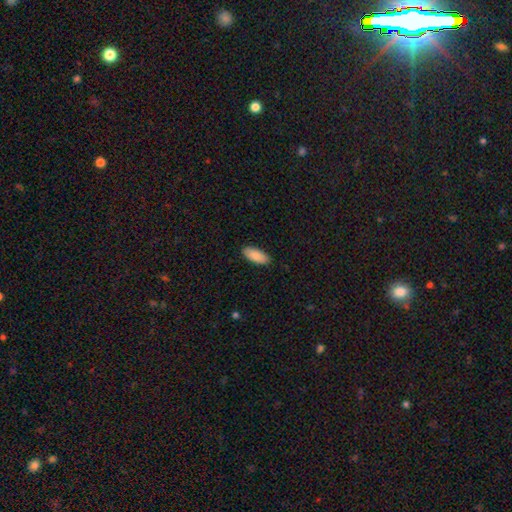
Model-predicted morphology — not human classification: The model was most divided on "how rounded": in between: 87%, cigar-shaped: 11%, round: 2%. More confident: merging — none (90%); smooth or featured — smooth (89%).